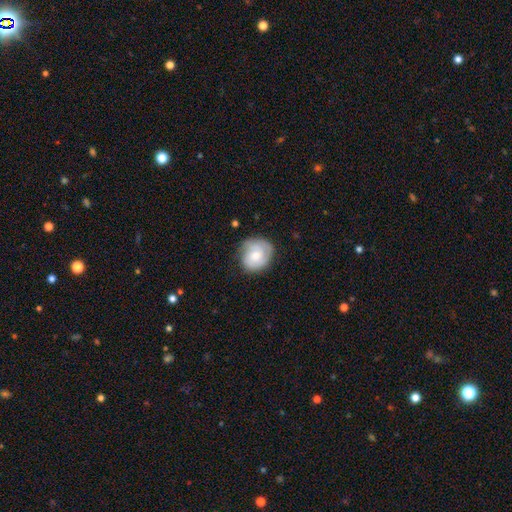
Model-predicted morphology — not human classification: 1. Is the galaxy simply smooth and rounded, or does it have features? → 48% featured or disk, 45% smooth, 6% star or artifact.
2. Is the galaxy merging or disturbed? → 70% none, 22% minor disturbance, 7% major disturbance, 1% merger.